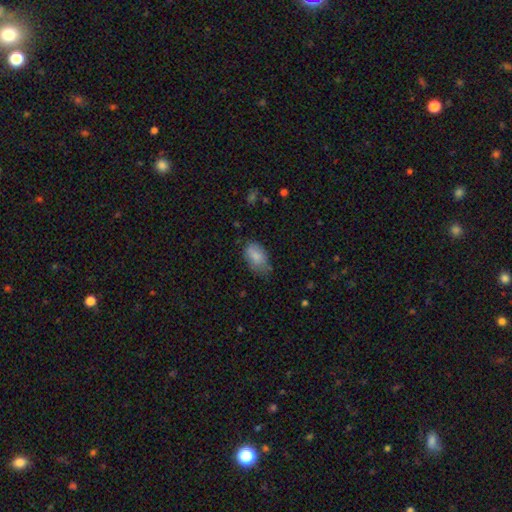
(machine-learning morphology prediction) This is clearly a smooth galaxy (83%). How rounded: clearly in between (92%). Merging: possibly none (54%).